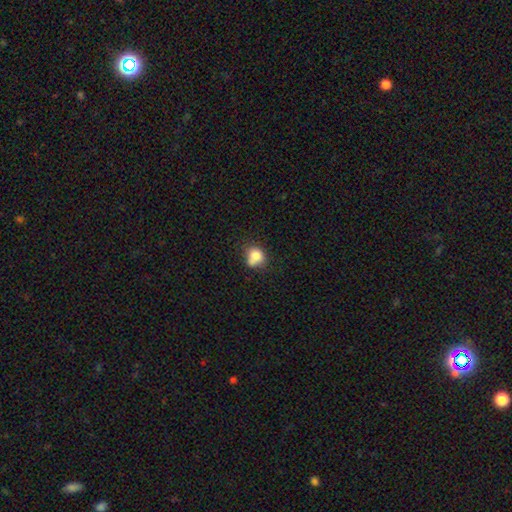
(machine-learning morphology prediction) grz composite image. It shows a smooth galaxy with no disk features (77%) that is round (67%). Merging: none (46%).